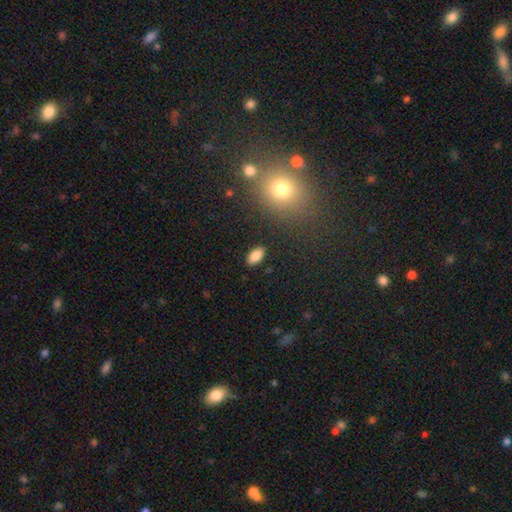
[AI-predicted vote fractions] Q: Smooth or featured?
A: smooth (84%); runner-up: star or artifact (9%)
Q: How rounded?
A: in between (91%); runner-up: cigar-shaped (6%)
Q: Merging?
A: none (88%); runner-up: minor disturbance (8%)